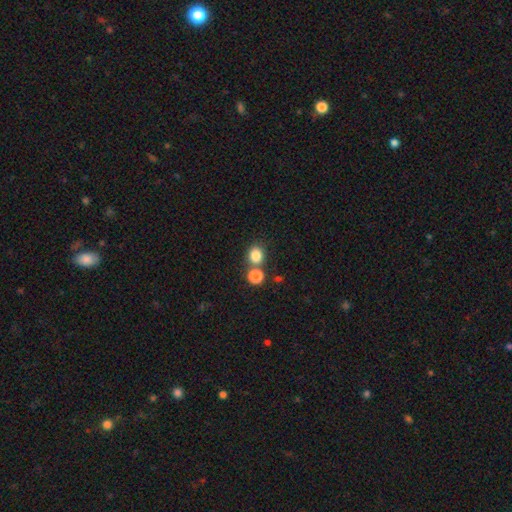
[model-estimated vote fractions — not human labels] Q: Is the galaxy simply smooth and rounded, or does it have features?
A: smooth — 81%.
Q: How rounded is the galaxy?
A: round — 74%.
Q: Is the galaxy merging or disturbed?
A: none — 66%.